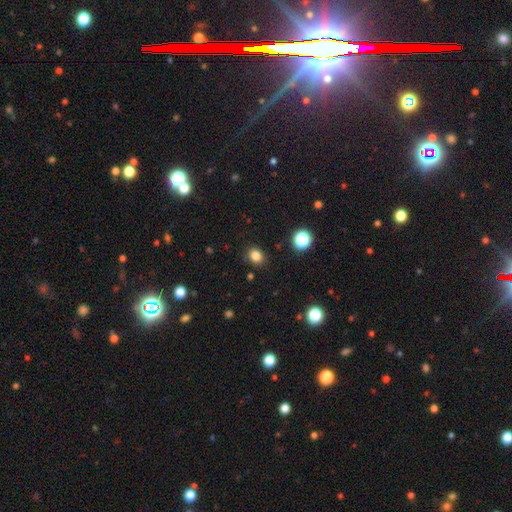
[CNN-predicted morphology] Overall: smooth (82%). How rounded: round (57%; in between 42%). Merging: none (86%).